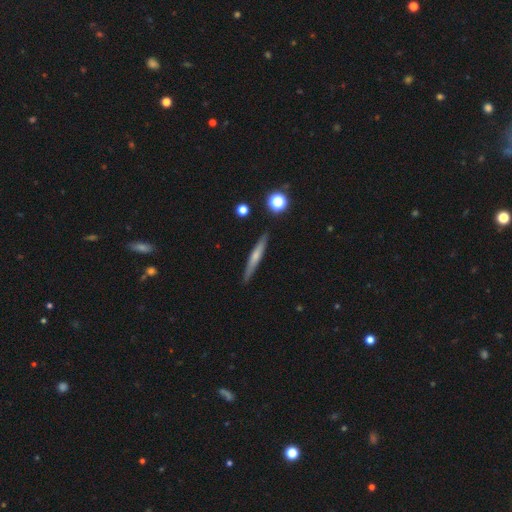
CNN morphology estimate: Smooth or featured? smooth (47%)
Merging? none (88%)